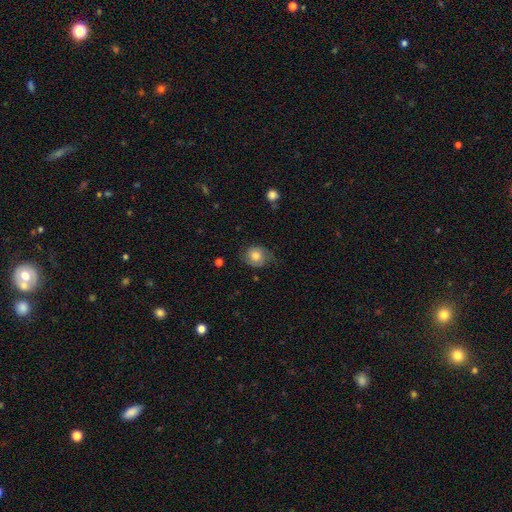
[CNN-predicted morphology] smooth 63%, featured or disk 28%, star or artifact 8%. Down the decision tree: how rounded — round (67%); merging — none (60%).